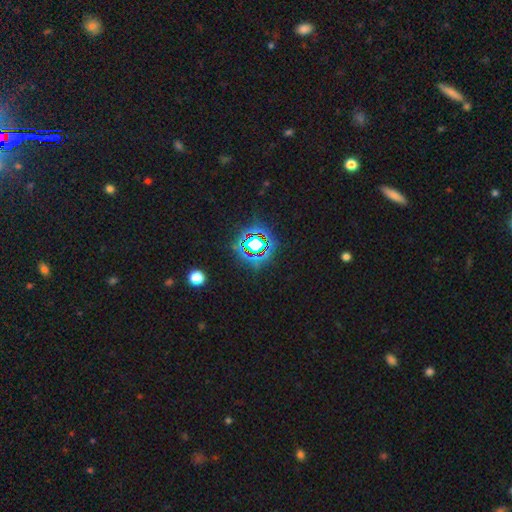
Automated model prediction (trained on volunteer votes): Q: Smooth or featured?
A: star or artifact (69%); runner-up: smooth (21%)